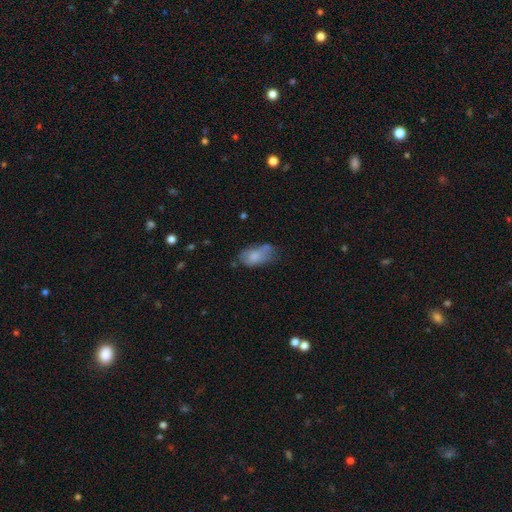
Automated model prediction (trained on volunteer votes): A smooth galaxy with no disk features (72%) that is in between round and cigar-shaped (91%).

Vote fractions:
- Smooth or featured? smooth: 72% / featured or disk: 19% / star or artifact: 9%
- How rounded? in between: 91% / round: 6% / cigar-shaped: 3%
- Merging? none: 38% / minor disturbance: 33% / major disturbance: 15% / merger: 13%